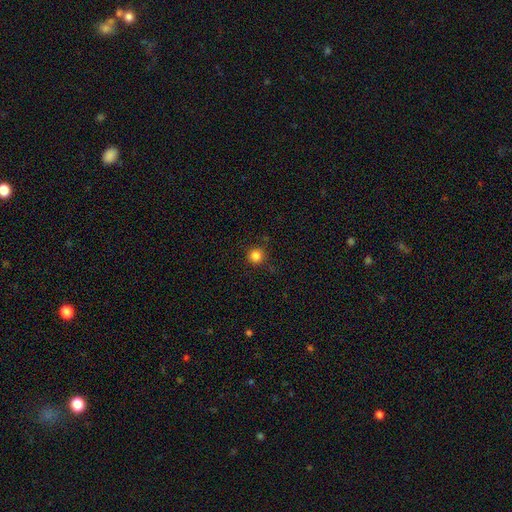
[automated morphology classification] Smooth or featured? Predicted: smooth (p=0.84). How rounded? Predicted: round (p=0.94). Merging? Predicted: none (p=0.87).